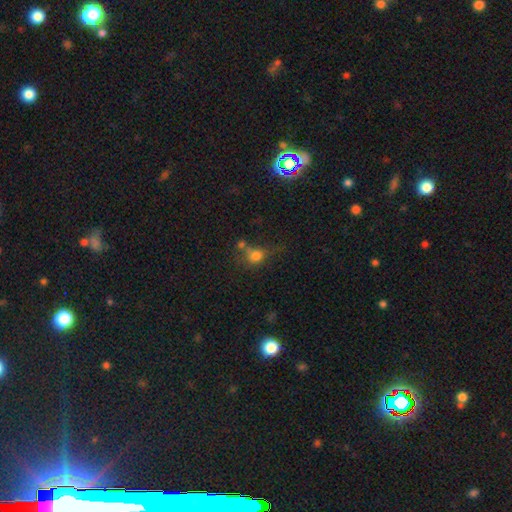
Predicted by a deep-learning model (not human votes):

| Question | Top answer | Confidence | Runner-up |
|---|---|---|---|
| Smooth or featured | smooth | 71% | star or artifact (16%) |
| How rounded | round | 65% | in between (33%) |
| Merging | none | 41% | merger (29%) |